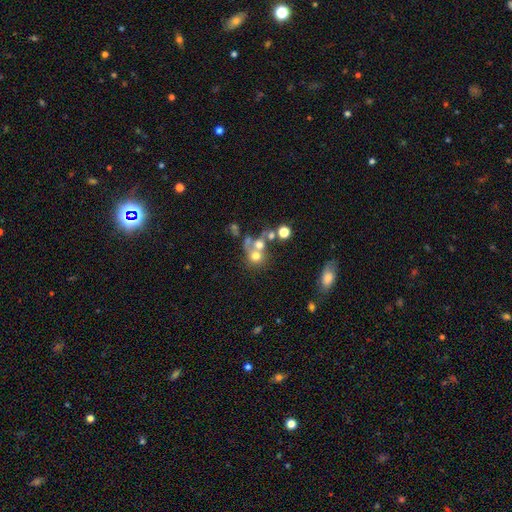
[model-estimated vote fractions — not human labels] Smooth or featured: smooth — 58% (featured or disk — 25%)
How rounded: round — 76% (in between — 22%)
Merging: merger — 51% (none — 31%)